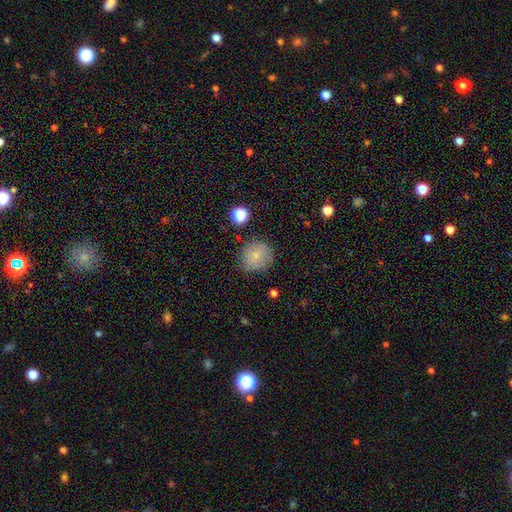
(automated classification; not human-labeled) Smooth or featured: smooth — 68% (featured or disk — 21%)
How rounded: round — 85% (in between — 14%)
Merging: none — 74% (minor disturbance — 19%)